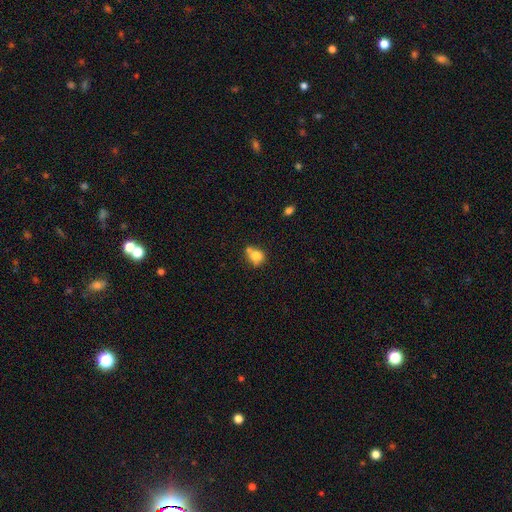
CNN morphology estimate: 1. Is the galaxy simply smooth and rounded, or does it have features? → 77% smooth, 12% featured or disk, 10% star or artifact.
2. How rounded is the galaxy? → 56% round, 43% in between, 1% cigar-shaped.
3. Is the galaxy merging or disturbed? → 45% none, 25% merger, 23% minor disturbance, 7% major disturbance.